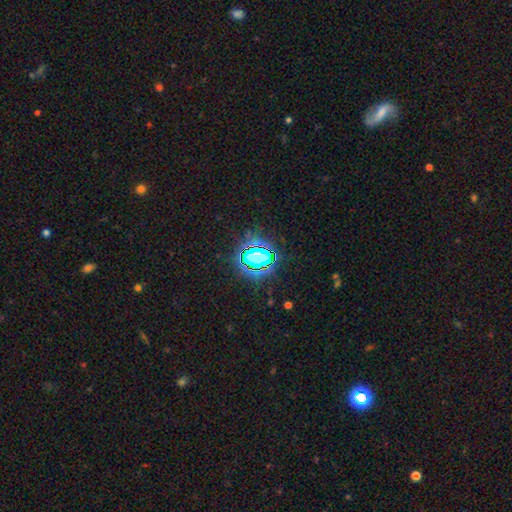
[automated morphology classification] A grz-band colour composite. It shows a star or artifact, not a galaxy (72%).